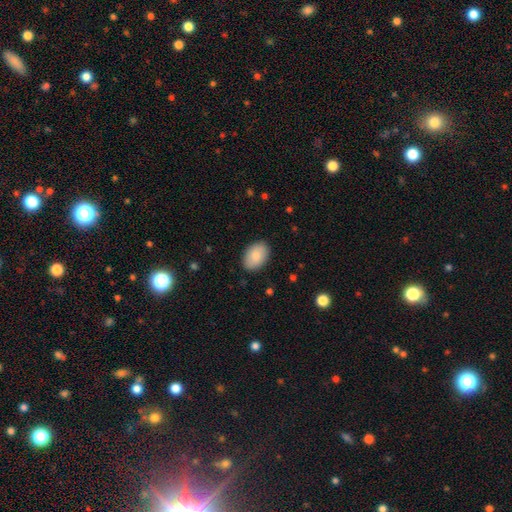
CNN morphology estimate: A smooth galaxy with no disk features (87%) that is in between round and cigar-shaped (89%). Merging: none (88%).